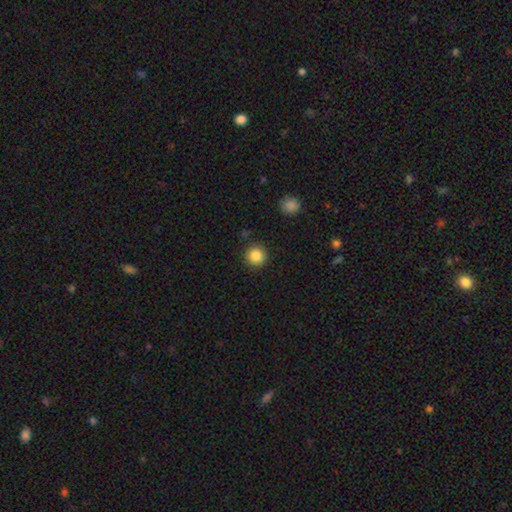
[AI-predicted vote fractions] Q: Smooth or featured?
A: smooth (86%); runner-up: star or artifact (10%)
Q: How rounded?
A: round (94%); runner-up: in between (5%)
Q: Merging?
A: none (91%); runner-up: minor disturbance (6%)